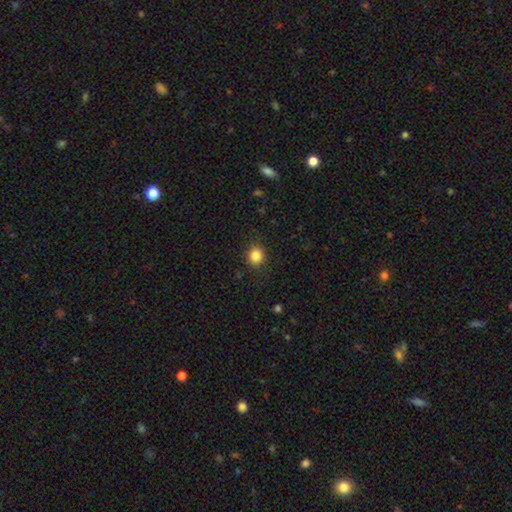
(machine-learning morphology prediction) This is clearly a smooth galaxy (85%). How rounded: clearly round (85%). Merging: clearly none (89%).